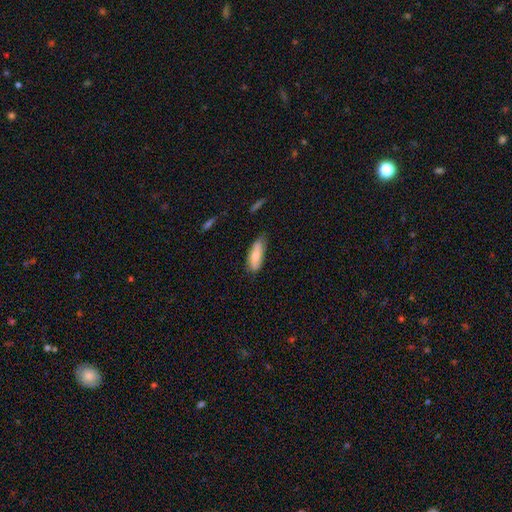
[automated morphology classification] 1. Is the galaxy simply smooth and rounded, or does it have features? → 68% smooth, 25% featured or disk, 6% star or artifact.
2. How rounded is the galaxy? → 71% in between, 27% cigar-shaped, 2% round.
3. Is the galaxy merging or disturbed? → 66% none, 27% minor disturbance, 5% major disturbance, 2% merger.